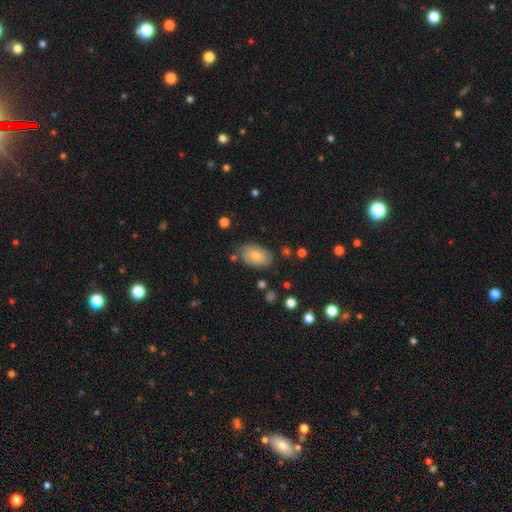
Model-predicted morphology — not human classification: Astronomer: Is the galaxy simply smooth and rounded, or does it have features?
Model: smooth — 81%.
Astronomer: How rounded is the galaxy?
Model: in between — 93%.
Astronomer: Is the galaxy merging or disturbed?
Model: none — 76%.